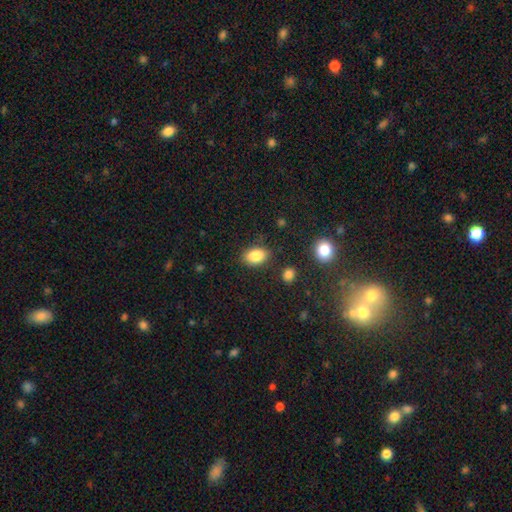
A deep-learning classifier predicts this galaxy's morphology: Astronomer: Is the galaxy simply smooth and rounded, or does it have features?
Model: smooth — 86%.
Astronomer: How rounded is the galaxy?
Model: in between — 86%.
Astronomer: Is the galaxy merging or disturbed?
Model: none — 82%.